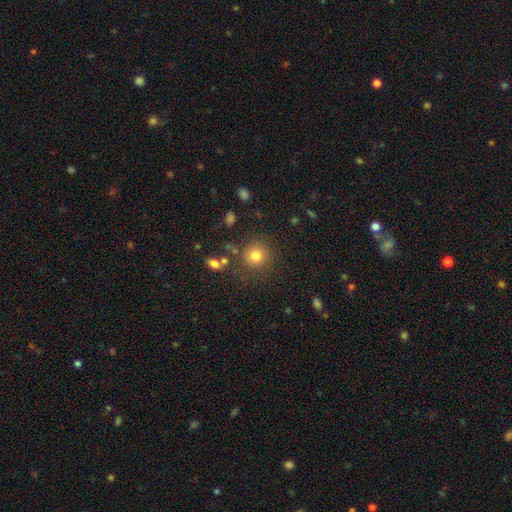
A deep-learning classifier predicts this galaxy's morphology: Overall: smooth (79%). How rounded: round (92%). Merging: none (83%).